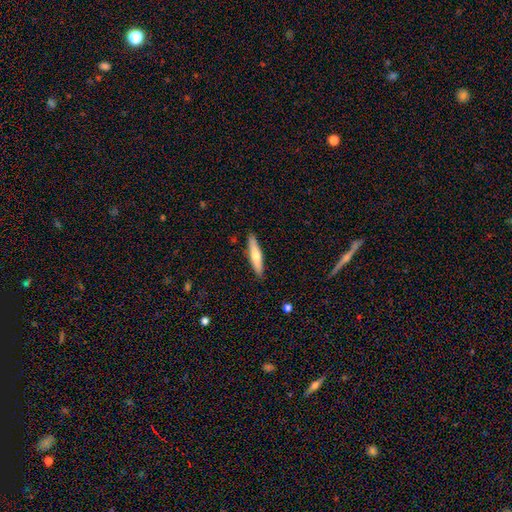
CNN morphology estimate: Q: Smooth or featured?
A: smooth (58%); runner-up: featured or disk (37%)
Q: How rounded?
A: cigar-shaped (84%); runner-up: in between (15%)
Q: Merging?
A: none (89%); runner-up: minor disturbance (8%)